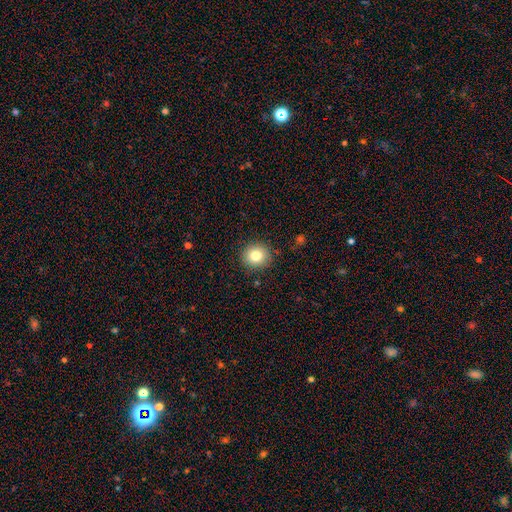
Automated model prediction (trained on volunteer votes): smooth_or_featured: smooth (p=0.82) [alt: star or artifact p=0.10]
how_rounded: round (p=0.88) [alt: in between p=0.11]
merging: none (p=0.90) [alt: minor disturbance p=0.07]